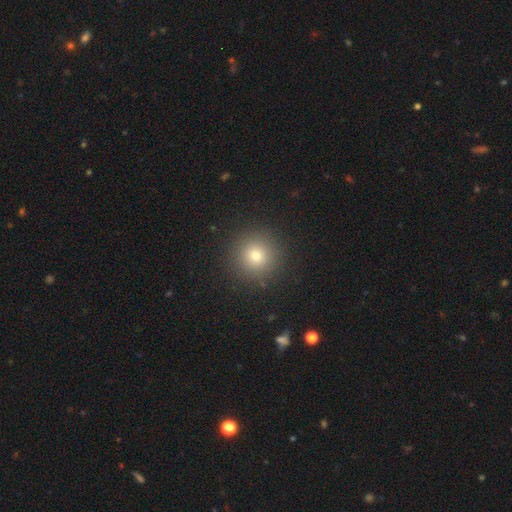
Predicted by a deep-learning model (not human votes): Morphology: type=smooth (78%); roundness=round (95%); merging=none (91%).